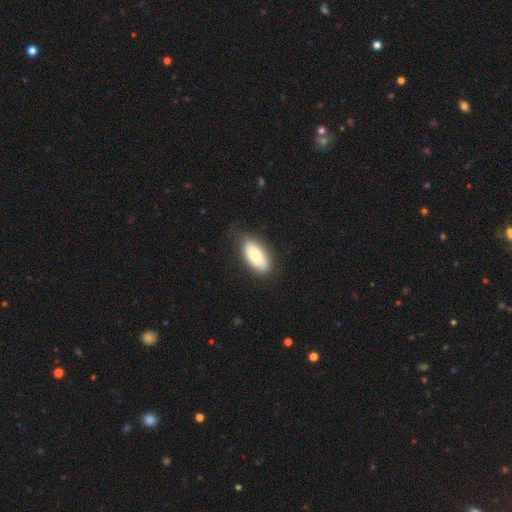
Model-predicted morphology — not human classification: Smooth or featured: smooth — 72% (featured or disk — 22%)
How rounded: in between — 92% (cigar-shaped — 5%)
Merging: none — 80% (minor disturbance — 15%)